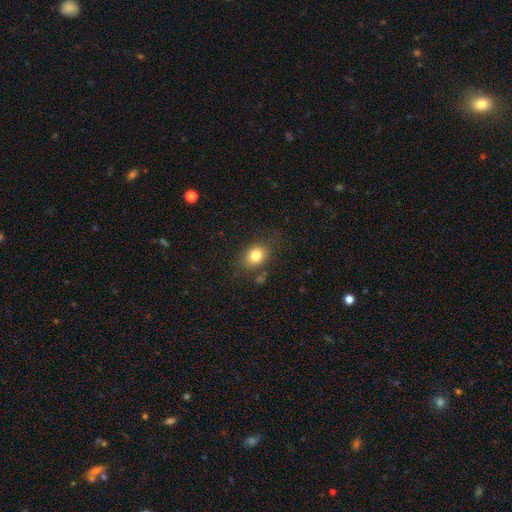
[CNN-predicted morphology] This is clearly a smooth galaxy (80%). How rounded: possibly in between (57%). Merging: likely none (75%).